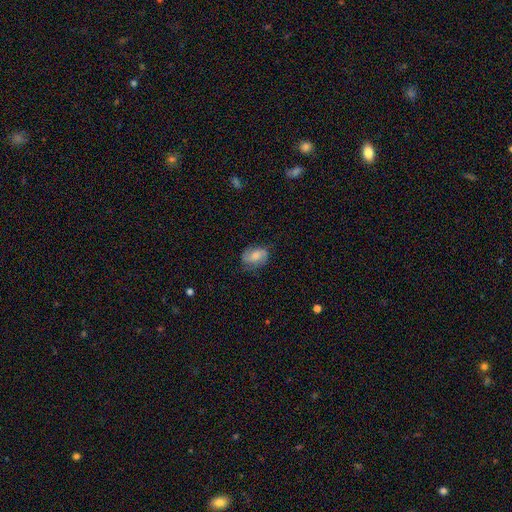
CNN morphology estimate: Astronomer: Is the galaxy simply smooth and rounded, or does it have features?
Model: smooth — 59%.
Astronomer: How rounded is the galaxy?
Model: in between — 76%.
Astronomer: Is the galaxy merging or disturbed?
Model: none — 64%.